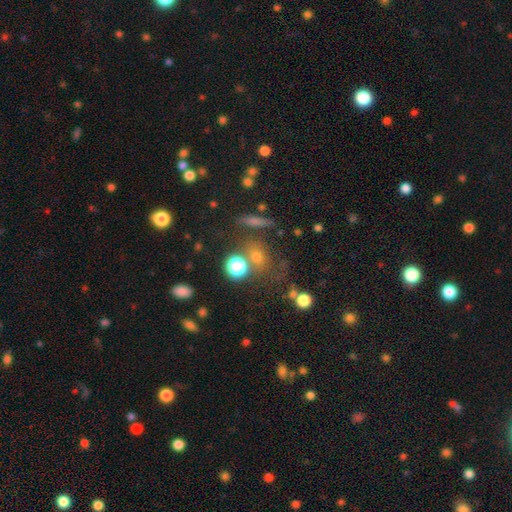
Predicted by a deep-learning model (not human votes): star or artifact 50%, smooth 35%, featured or disk 15%.